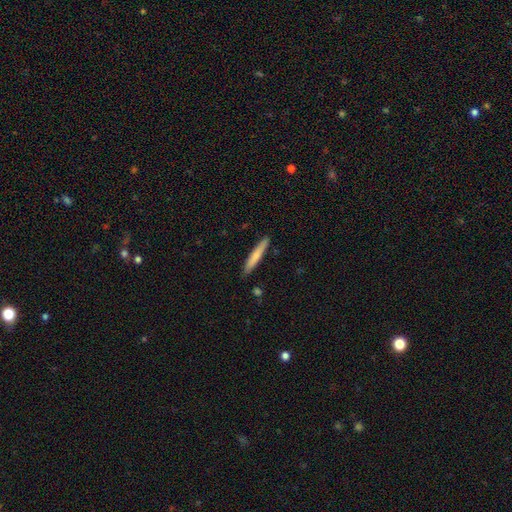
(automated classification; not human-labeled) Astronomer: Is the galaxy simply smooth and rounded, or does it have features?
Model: smooth — 71%.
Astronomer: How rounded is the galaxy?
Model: cigar-shaped — 95%.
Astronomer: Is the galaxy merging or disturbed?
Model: none — 89%.